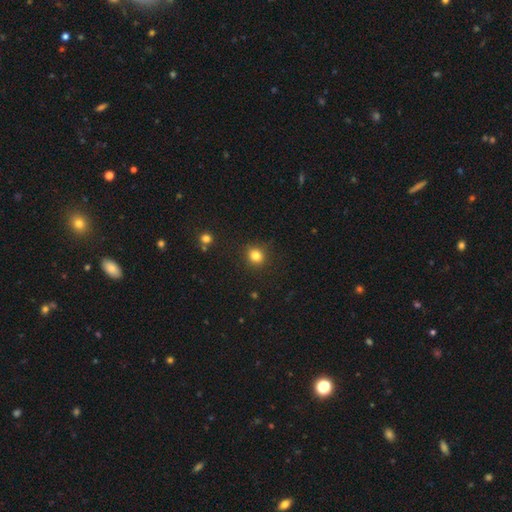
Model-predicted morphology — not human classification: smooth-or-featured: smooth: 82% | star or artifact: 13% | featured or disk: 5%
  how-rounded: round: 87% | in between: 12% | cigar-shaped: 1%
  merging: none: 88% | minor disturbance: 8% | major disturbance: 2% | merger: 2%